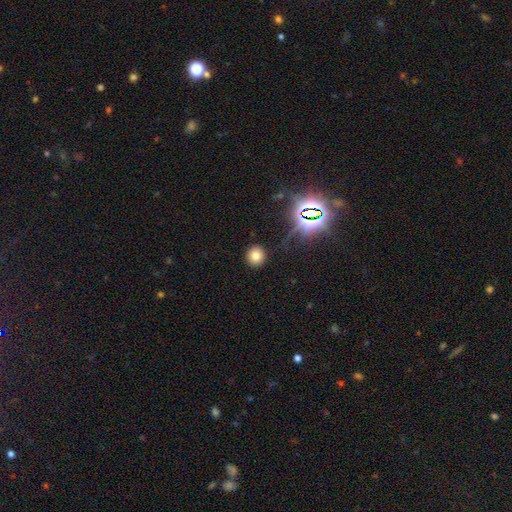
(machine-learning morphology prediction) smooth 74%, star or artifact 17%, featured or disk 8%. Down the decision tree: how rounded — round (91%); merging — none (90%).